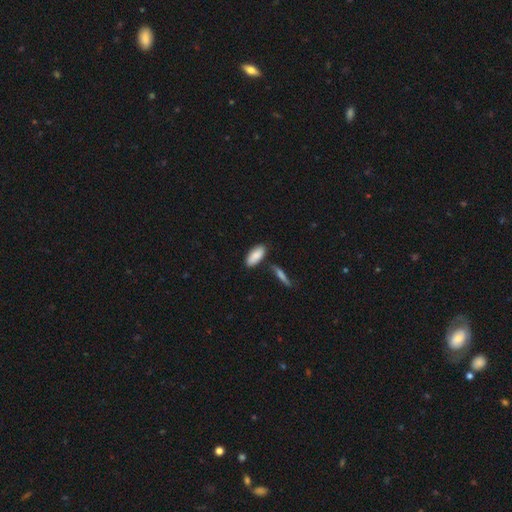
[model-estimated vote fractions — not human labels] Smooth or featured: smooth — 86% (featured or disk — 8%)
How rounded: in between — 84% (cigar-shaped — 14%)
Merging: none — 75% (minor disturbance — 13%)